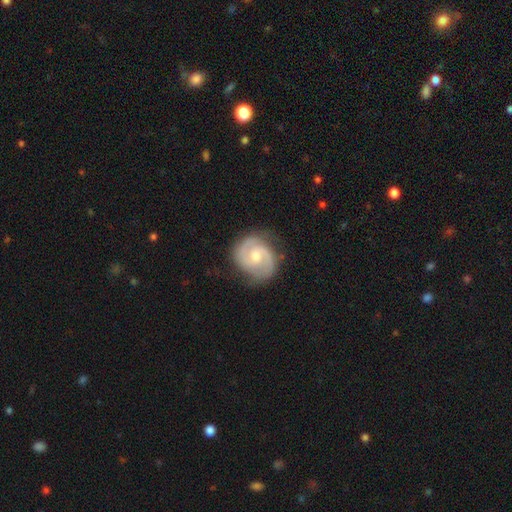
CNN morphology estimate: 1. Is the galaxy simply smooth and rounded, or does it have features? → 88% featured or disk, 8% smooth, 4% star or artifact.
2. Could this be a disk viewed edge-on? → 98% no, 2% yes.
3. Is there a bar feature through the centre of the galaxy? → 55% no, 39% weak, 6% strong.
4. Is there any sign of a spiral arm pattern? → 98% yes, 2% no.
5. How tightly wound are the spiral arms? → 47% medium, 45% tight, 8% loose.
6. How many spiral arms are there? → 89% 2, 4% can't tell, 3% 3, 2% 1, 1% 4, 1% more than 4.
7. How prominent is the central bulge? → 59% moderate, 36% small, 2% large, 2% none, 1% dominant.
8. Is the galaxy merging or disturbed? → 78% none, 16% minor disturbance, 4% major disturbance, 1% merger.